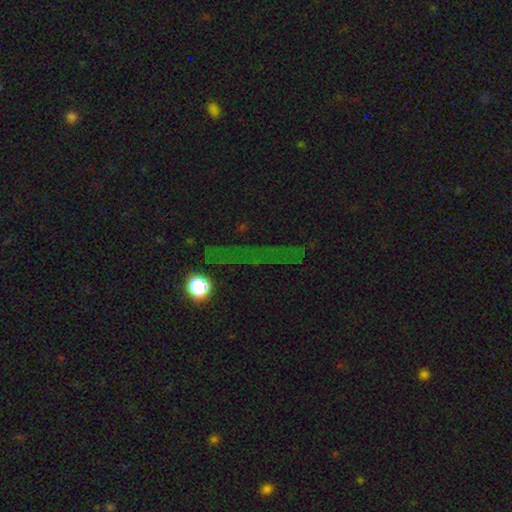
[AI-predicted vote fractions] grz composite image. It shows a star or artifact, not a galaxy (70%).